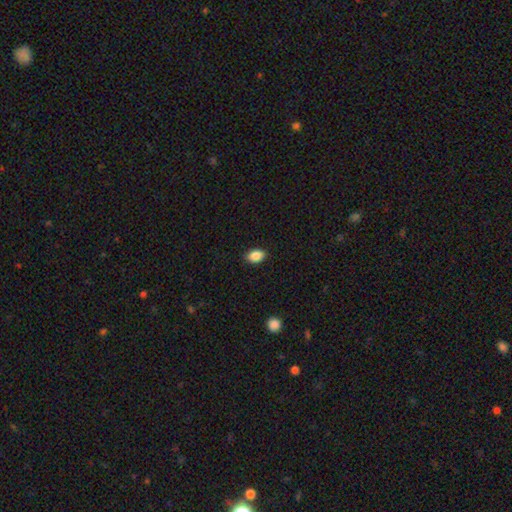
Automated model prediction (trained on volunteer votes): Q: Smooth or featured?
A: smooth (88%); runner-up: star or artifact (8%)
Q: How rounded?
A: in between (85%); runner-up: round (13%)
Q: Merging?
A: none (88%); runner-up: minor disturbance (9%)